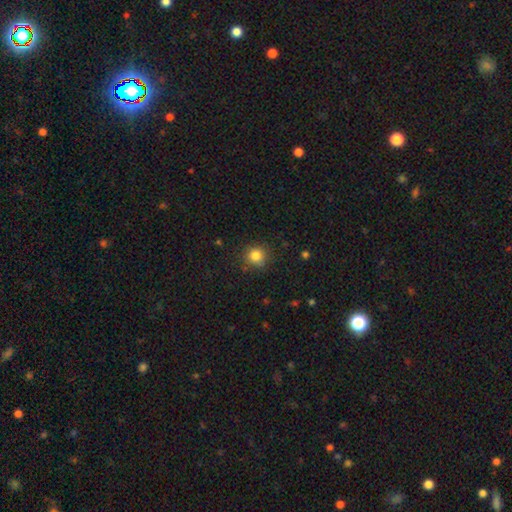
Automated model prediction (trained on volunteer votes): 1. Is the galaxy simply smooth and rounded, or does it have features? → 83% smooth, 12% star or artifact, 6% featured or disk.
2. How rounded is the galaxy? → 91% round, 8% in between, 1% cigar-shaped.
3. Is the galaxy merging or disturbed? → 86% none, 9% minor disturbance, 3% major disturbance, 2% merger.